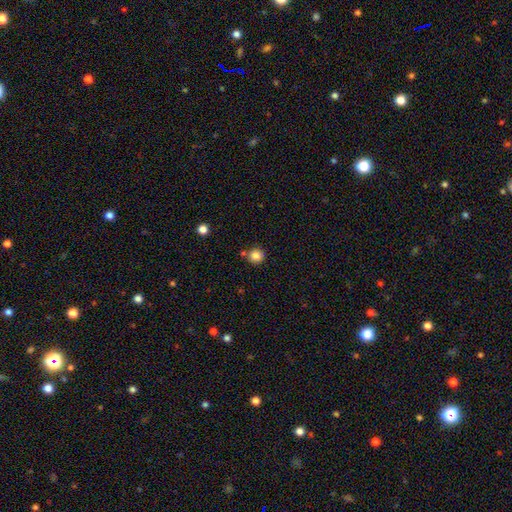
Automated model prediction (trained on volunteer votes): Smooth or featured? smooth (83%)
How rounded? round (93%)
Merging? none (78%)